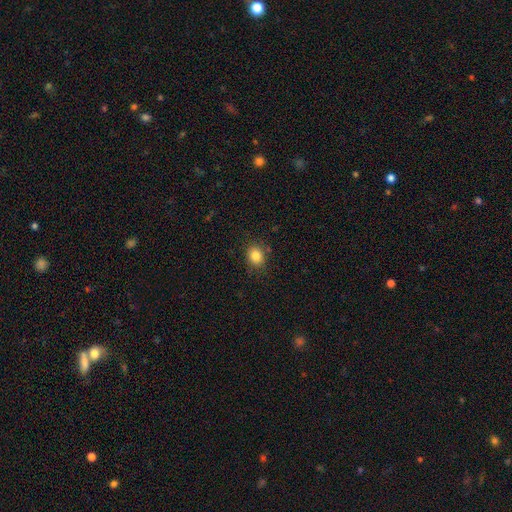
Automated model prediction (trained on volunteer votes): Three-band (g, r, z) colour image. It shows a smooth galaxy with no disk features (83%) that is round (63%). Merging: none (84%).